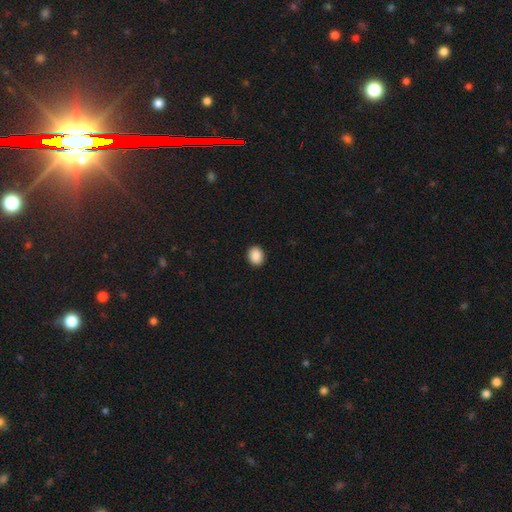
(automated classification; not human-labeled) smooth_or_featured: smooth (p=0.89) [alt: star or artifact p=0.08]
how_rounded: round (p=0.53) [alt: in between p=0.46]
merging: none (p=0.92) [alt: minor disturbance p=0.06]